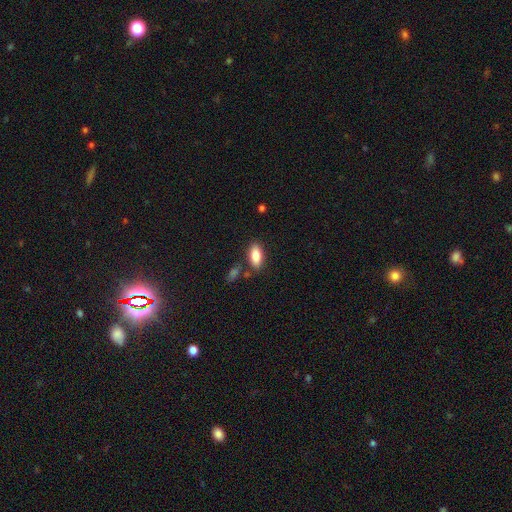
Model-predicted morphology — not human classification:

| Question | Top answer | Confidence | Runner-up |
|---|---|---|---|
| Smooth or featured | smooth | 85% | featured or disk (8%) |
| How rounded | in between | 89% | cigar-shaped (8%) |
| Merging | none | 80% | minor disturbance (11%) |